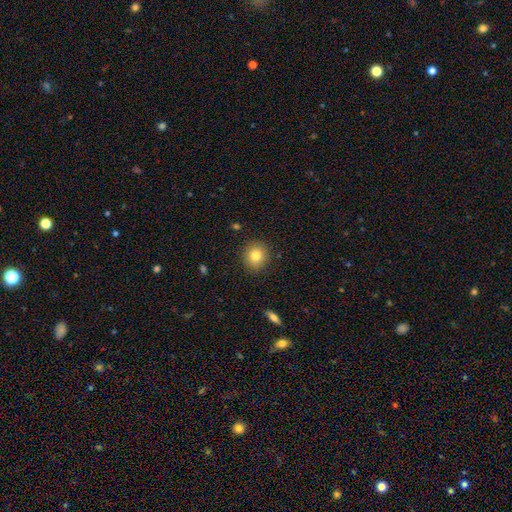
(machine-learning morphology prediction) smooth 81%, star or artifact 11%, featured or disk 8%. Down the decision tree: how rounded — round (89%); merging — none (90%).